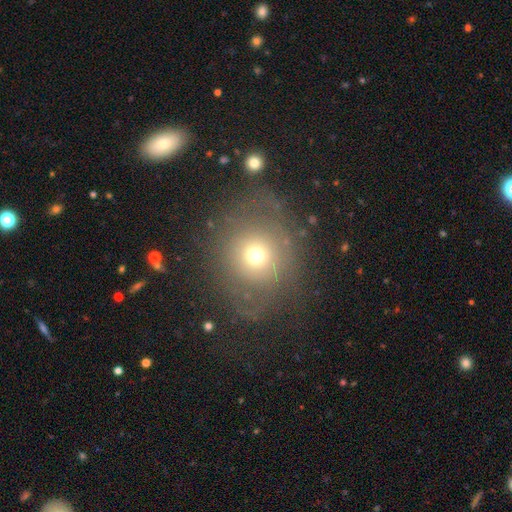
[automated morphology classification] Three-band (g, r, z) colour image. It shows a smooth galaxy with no disk features (56%) that is round (87%). Merging: none (64%).